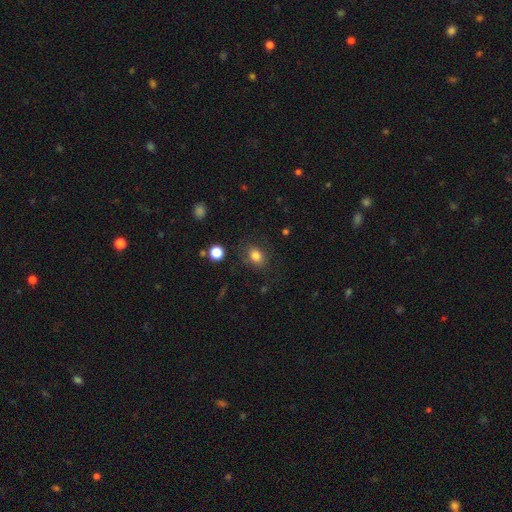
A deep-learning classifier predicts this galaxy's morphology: This is clearly a smooth galaxy (81%). How rounded: possibly in between (59%). Merging: likely none (75%).